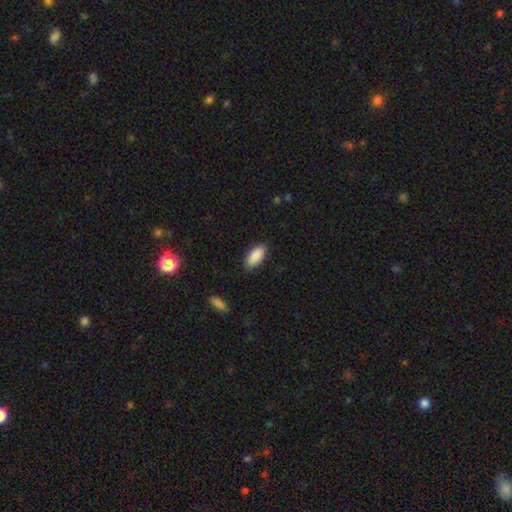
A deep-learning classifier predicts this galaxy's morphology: smooth-or-featured: smooth: 89% | star or artifact: 6% | featured or disk: 5%
  how-rounded: in between: 91% | cigar-shaped: 7% | round: 2%
  merging: none: 84% | minor disturbance: 12% | major disturbance: 2% | merger: 1%